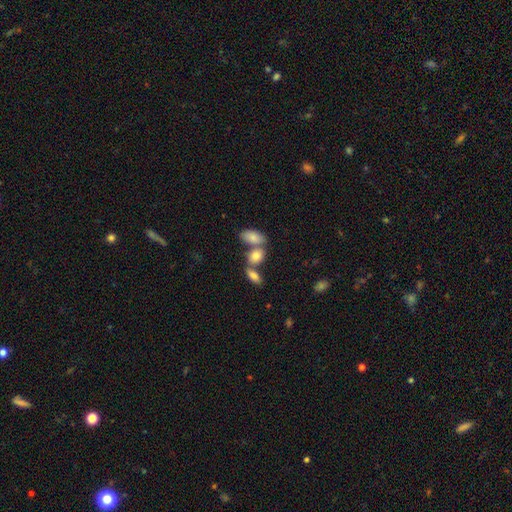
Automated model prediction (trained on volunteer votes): Q: Smooth or featured?
A: smooth (78%); runner-up: featured or disk (12%)
Q: How rounded?
A: in between (83%); runner-up: round (11%)
Q: Merging?
A: none (44%); runner-up: merger (40%)